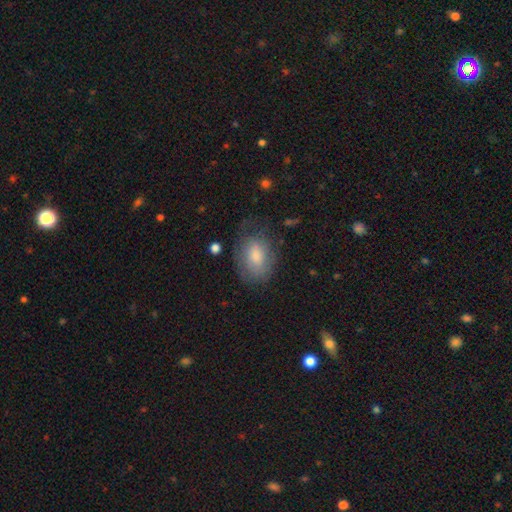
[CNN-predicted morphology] Smooth or featured? Predicted: smooth (p=0.68). How rounded? Predicted: in between (p=0.80). Merging? Predicted: none (p=0.65).